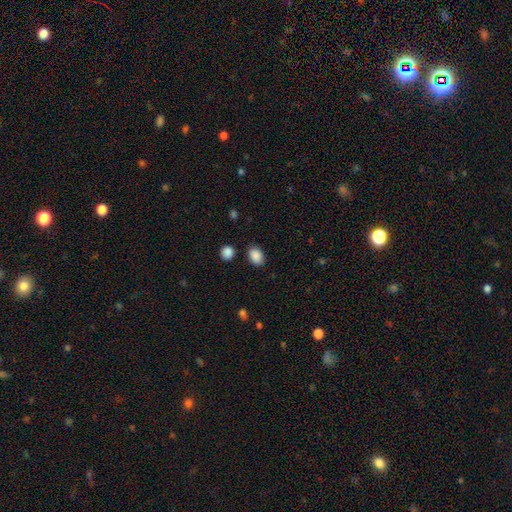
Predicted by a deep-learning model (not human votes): Smooth or featured? Predicted: smooth (p=0.89). How rounded? Predicted: in between (p=0.78). Merging? Predicted: none (p=0.84).